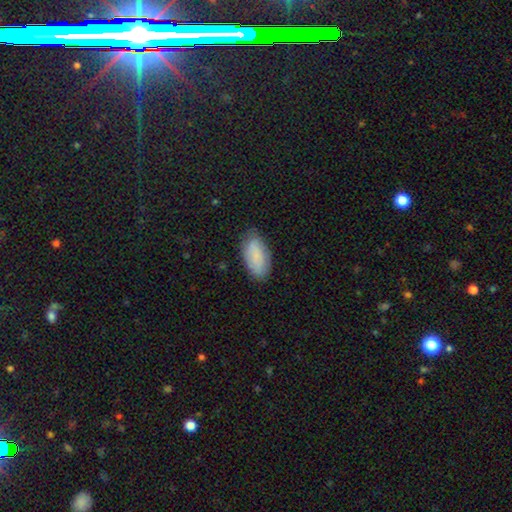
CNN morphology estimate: A smooth galaxy with no disk features (84%) that is in between round and cigar-shaped (93%). Merging: none (79%).